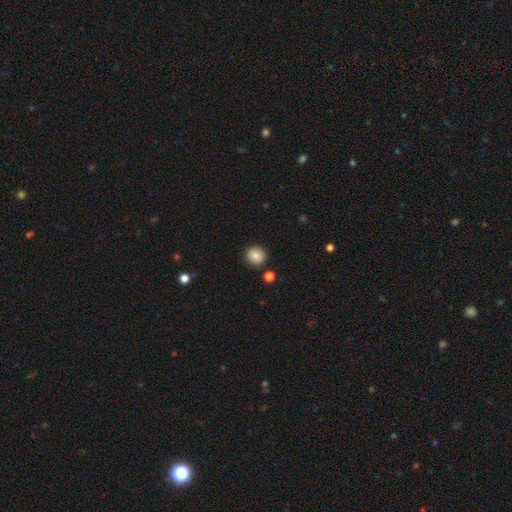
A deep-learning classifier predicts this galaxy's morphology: This is clearly a smooth galaxy (86%). How rounded: clearly round (92%). Merging: clearly none (90%).